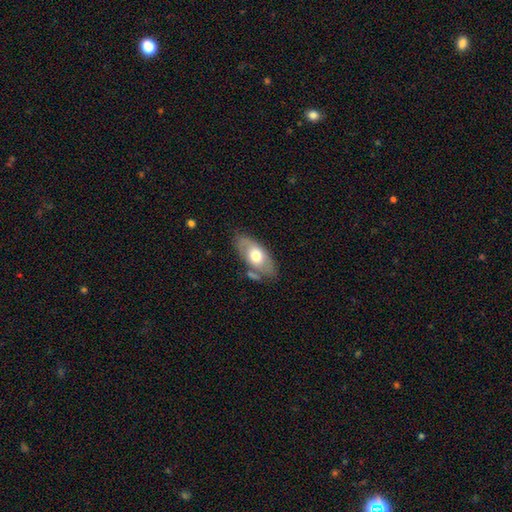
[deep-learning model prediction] The model was most divided on "smooth or featured": smooth: 57%, featured or disk: 37%, star or artifact: 6%. More confident: how rounded — in between (89%); merging — none (67%).